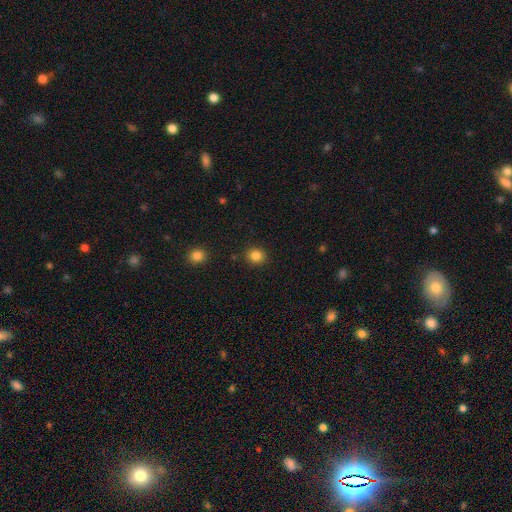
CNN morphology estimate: smooth_or_featured: smooth (p=0.85) [alt: star or artifact p=0.11]
how_rounded: round (p=0.82) [alt: in between p=0.17]
merging: none (p=0.89) [alt: minor disturbance p=0.07]